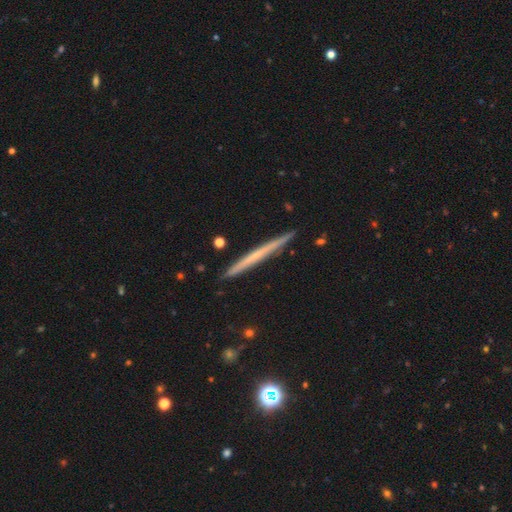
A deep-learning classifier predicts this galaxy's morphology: Overall: featured or disk (54%; smooth 39%). Edge-on disk: yes (98%). Edge-on bulge: none (85%). Merging: none (92%).